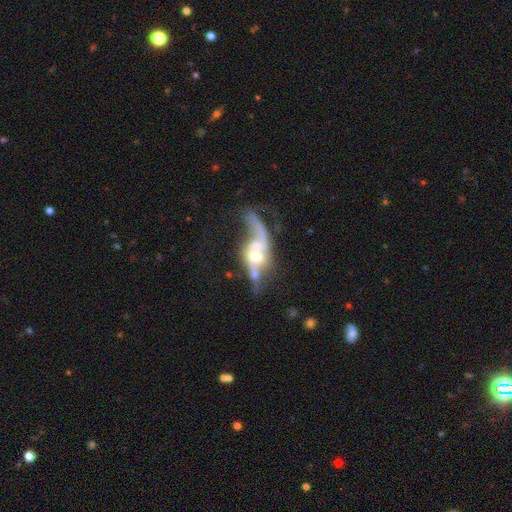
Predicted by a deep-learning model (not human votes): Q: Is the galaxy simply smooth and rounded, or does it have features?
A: featured or disk — 73%.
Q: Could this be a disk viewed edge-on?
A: no — 87%.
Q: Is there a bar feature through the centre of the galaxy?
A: no — 63%.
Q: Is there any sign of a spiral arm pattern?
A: yes — 67%.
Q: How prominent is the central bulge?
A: moderate — 55%.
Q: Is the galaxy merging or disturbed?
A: merger — 42%.